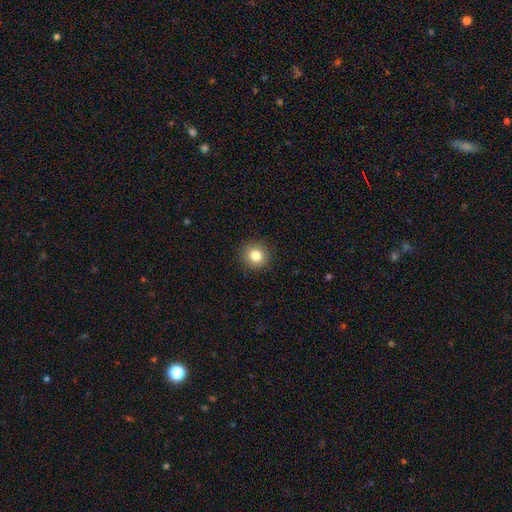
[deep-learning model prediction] smooth-or-featured: smooth: 81% | star or artifact: 11% | featured or disk: 8%
  how-rounded: round: 90% | in between: 9% | cigar-shaped: 1%
  merging: none: 91% | minor disturbance: 6% | major disturbance: 2% | merger: 1%